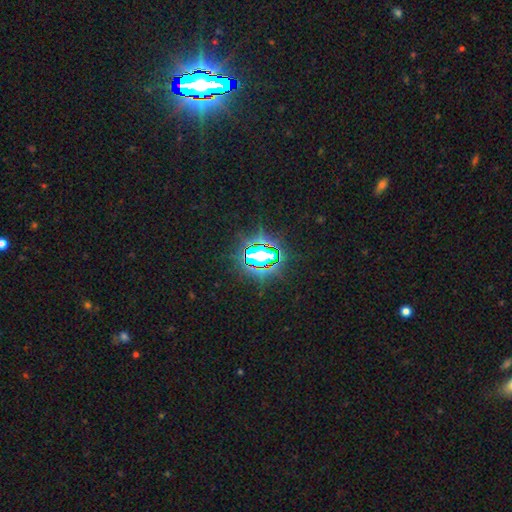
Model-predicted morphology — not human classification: A star or artifact, not a galaxy (77%).

Vote fractions:
- Smooth or featured? star or artifact: 77% / smooth: 13% / featured or disk: 10%